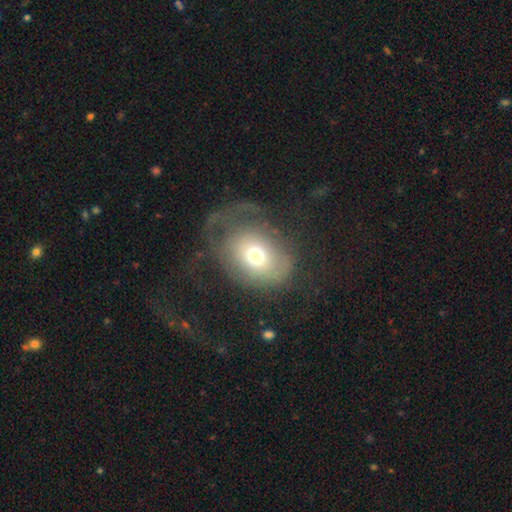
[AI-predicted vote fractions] A smooth galaxy with no disk features (57%) that is round (52%).

Vote fractions:
- Smooth or featured? smooth: 57% / featured or disk: 31% / star or artifact: 12%
- How rounded? round: 52% / in between: 47% / cigar-shaped: 1%
- Merging? major disturbance: 48% / none: 31% / minor disturbance: 18% / merger: 2%